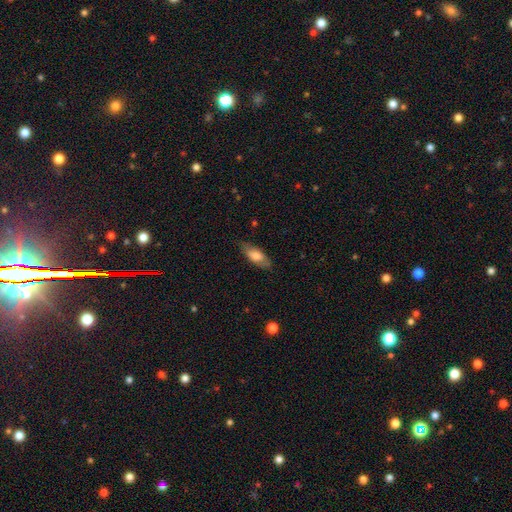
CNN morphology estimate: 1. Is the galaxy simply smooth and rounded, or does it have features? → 70% smooth, 24% featured or disk, 6% star or artifact.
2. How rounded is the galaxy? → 78% in between, 19% cigar-shaped, 2% round.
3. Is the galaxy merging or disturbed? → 79% none, 16% minor disturbance, 4% major disturbance, 1% merger.